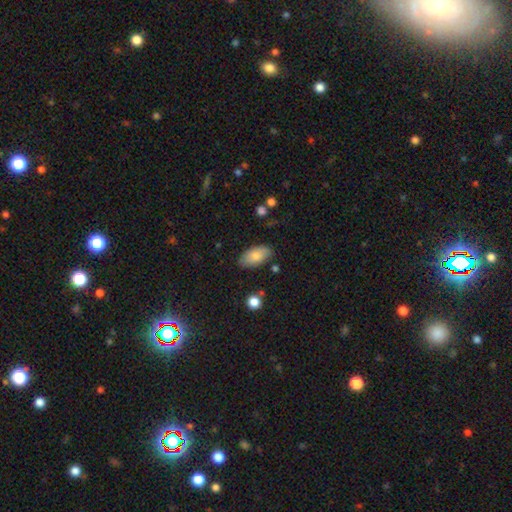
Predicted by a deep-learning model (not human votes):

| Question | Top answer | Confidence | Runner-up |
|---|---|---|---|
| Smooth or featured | smooth | 80% | featured or disk (14%) |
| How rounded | in between | 94% | cigar-shaped (4%) |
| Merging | none | 81% | minor disturbance (14%) |